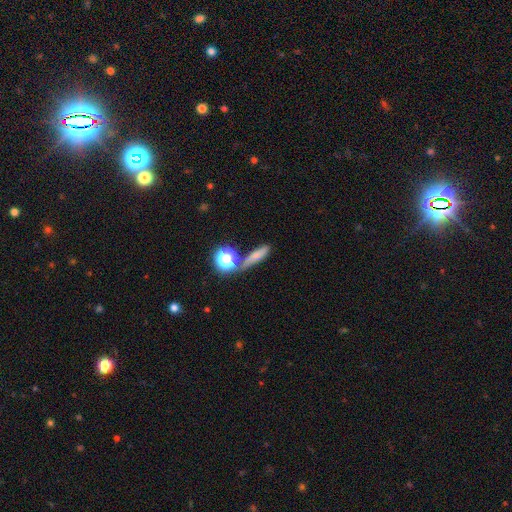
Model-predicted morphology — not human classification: Smooth or featured: smooth — 66% (star or artifact — 19%)
How rounded: cigar-shaped — 57% (in between — 23%)
Merging: none — 60% (merger — 17%)